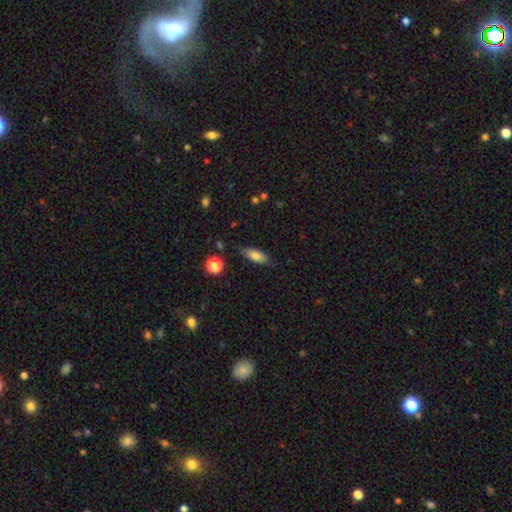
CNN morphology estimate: smooth 80%, featured or disk 12%, star or artifact 8%. Down the decision tree: how rounded — in between (74%); merging — none (79%).